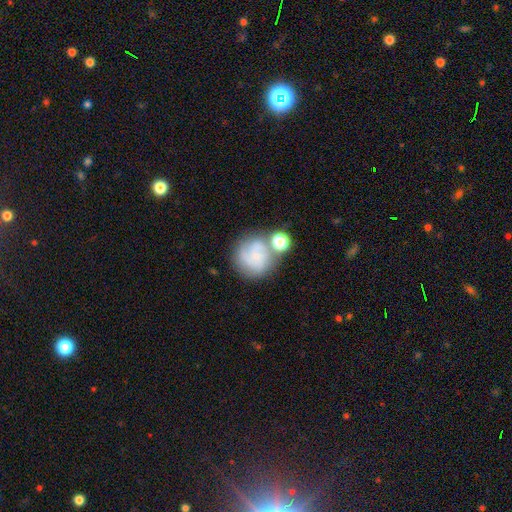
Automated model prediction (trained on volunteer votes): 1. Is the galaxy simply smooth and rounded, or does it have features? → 50% featured or disk, 39% smooth, 11% star or artifact.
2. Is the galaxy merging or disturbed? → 53% none, 22% merger, 16% minor disturbance, 9% major disturbance.